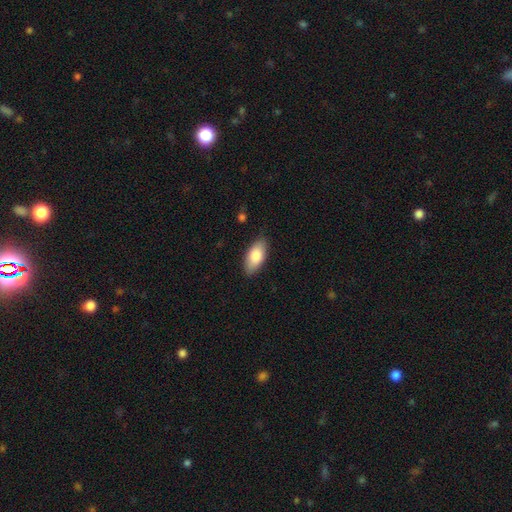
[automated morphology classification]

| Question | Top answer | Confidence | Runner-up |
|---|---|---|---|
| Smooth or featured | smooth | 84% | featured or disk (11%) |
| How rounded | in between | 90% | cigar-shaped (7%) |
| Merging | none | 85% | minor disturbance (11%) |